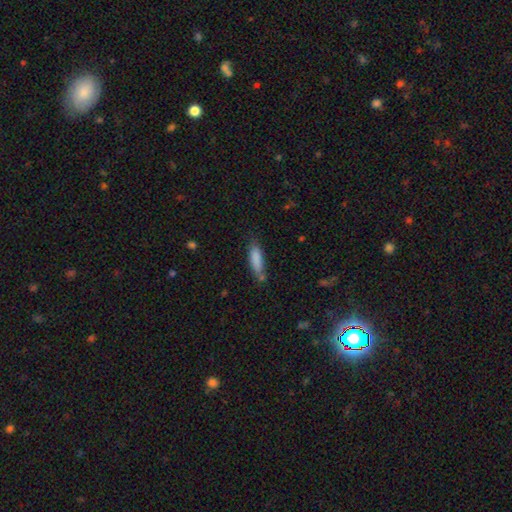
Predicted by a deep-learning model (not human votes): Smooth or featured?
  - smooth: 54% *
  - star or artifact: 27%
  - featured or disk: 19%
How rounded?
  - cigar-shaped: 64% *
  - in between: 31%
  - round: 5%
Merging?
  - none: 75% *
  - minor disturbance: 17%
  - major disturbance: 5%
  - merger: 3%